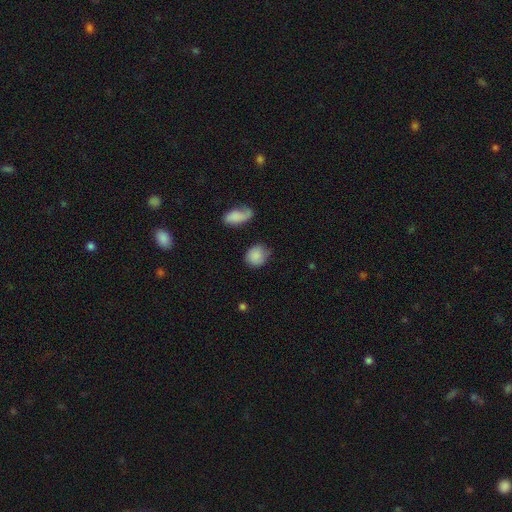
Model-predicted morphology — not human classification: Overall: smooth (85%). How rounded: round (70%). Merging: none (70%).